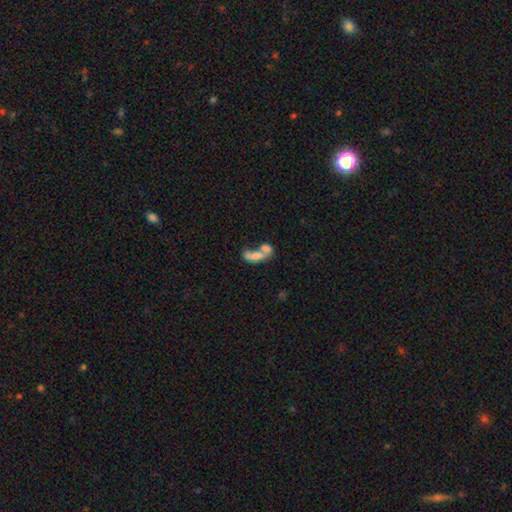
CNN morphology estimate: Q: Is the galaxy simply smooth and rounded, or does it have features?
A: smooth — 63%.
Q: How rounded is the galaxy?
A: in between — 75%.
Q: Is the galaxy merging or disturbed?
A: merger — 67%.